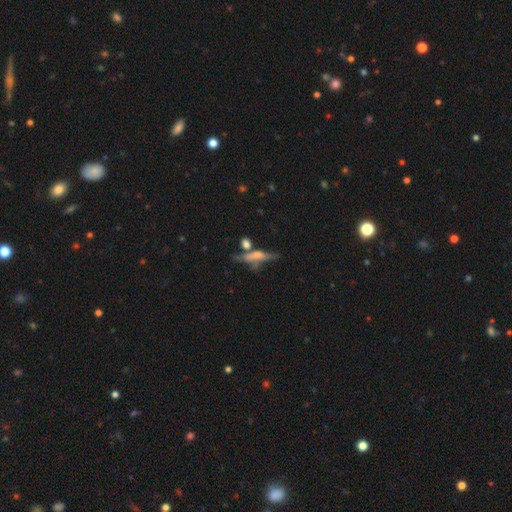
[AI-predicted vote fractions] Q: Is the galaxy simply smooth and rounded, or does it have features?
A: featured or disk — 45%.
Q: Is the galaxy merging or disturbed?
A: none — 45%.